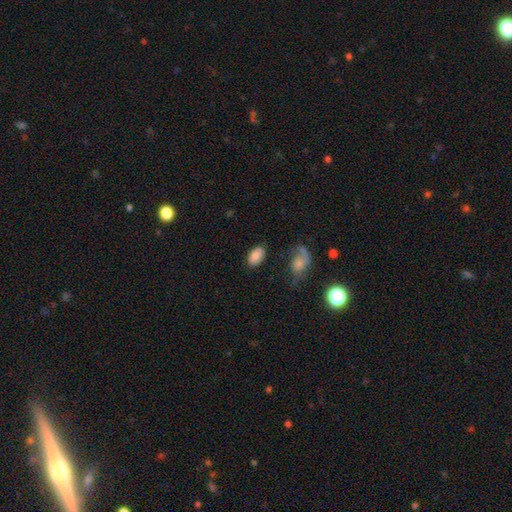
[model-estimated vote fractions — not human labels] A smooth galaxy with no disk features (82%) that is in between round and cigar-shaped (92%).

Vote fractions:
- Smooth or featured? smooth: 82% / featured or disk: 10% / star or artifact: 8%
- How rounded? in between: 92% / round: 6% / cigar-shaped: 1%
- Merging? none: 75% / minor disturbance: 15% / major disturbance: 6% / merger: 4%